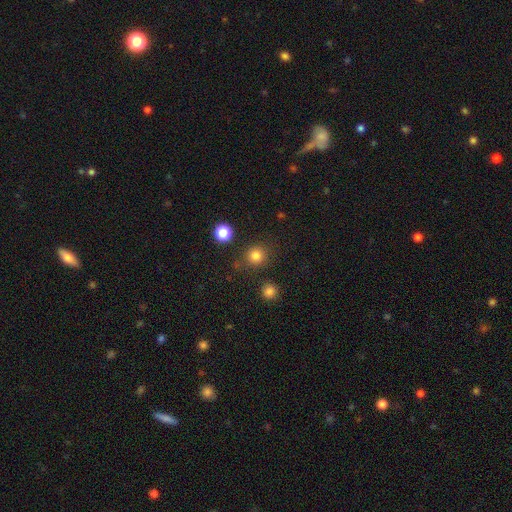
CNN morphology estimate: Smooth or featured: smooth — 82% (star or artifact — 14%)
How rounded: round — 91% (in between — 8%)
Merging: none — 82% (minor disturbance — 9%)